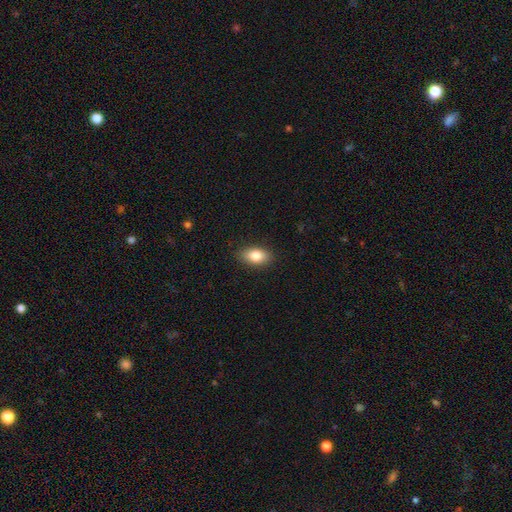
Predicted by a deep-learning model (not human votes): Q: Smooth or featured?
A: smooth (84%); runner-up: featured or disk (9%)
Q: How rounded?
A: in between (91%); runner-up: round (6%)
Q: Merging?
A: none (88%); runner-up: minor disturbance (9%)